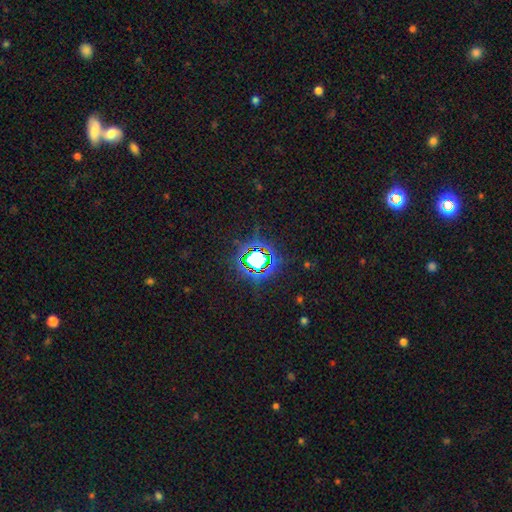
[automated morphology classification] Smooth or featured: star or artifact — 79% (smooth — 12%)